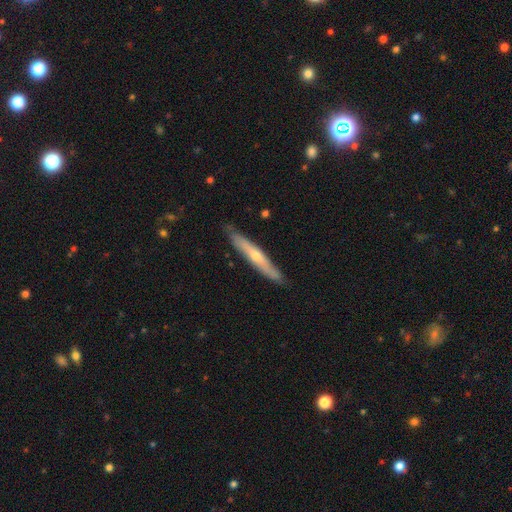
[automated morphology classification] A featured or disk galaxy (55%) viewed edge-on (87%).

Vote fractions:
- Smooth or featured? featured or disk: 55% / smooth: 40% / star or artifact: 5%
- Edge-on disk? yes: 87% / no: 13%
- Merging? none: 84% / minor disturbance: 13% / major disturbance: 2% / merger: 1%